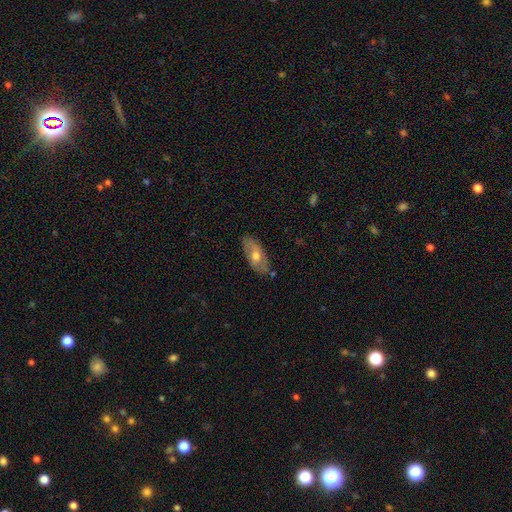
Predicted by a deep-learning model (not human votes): This is possibly a smooth galaxy (50%). How rounded: clearly in between (86%). Merging: likely none (78%).